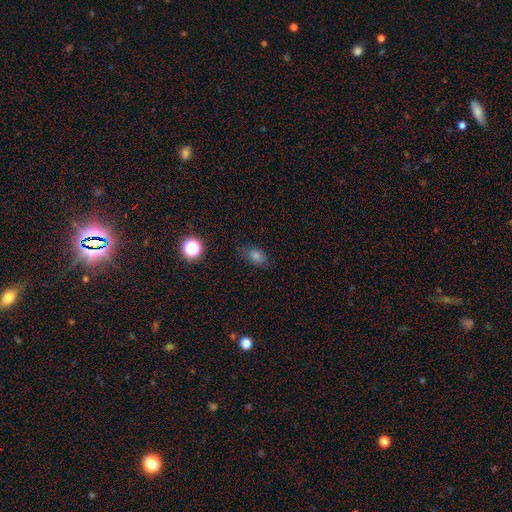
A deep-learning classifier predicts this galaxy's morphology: Smooth or featured?
  - smooth: 73% *
  - star or artifact: 18%
  - featured or disk: 9%
How rounded?
  - in between: 76% *
  - round: 21%
  - cigar-shaped: 3%
Merging?
  - none: 77% *
  - minor disturbance: 17%
  - major disturbance: 4%
  - merger: 1%